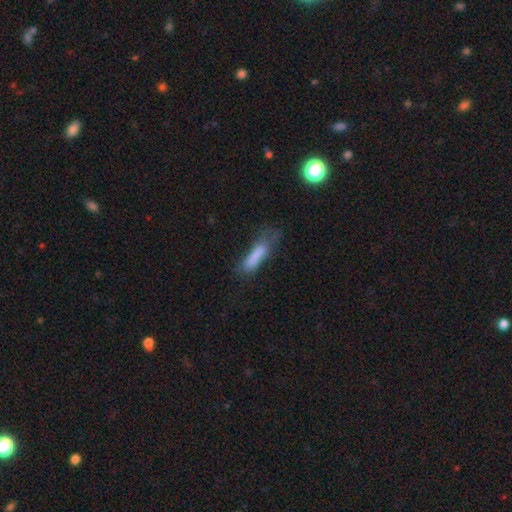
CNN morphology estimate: This is likely a smooth galaxy (74%). How rounded: likely cigar-shaped (71%). Merging: marginally none (40%).